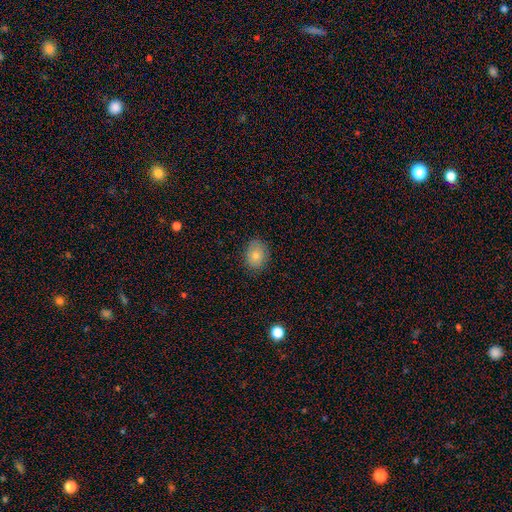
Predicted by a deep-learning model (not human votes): smooth_or_featured: smooth (p=0.77) [alt: featured or disk p=0.14]
how_rounded: in between (p=0.61) [alt: round p=0.38]
merging: none (p=0.83) [alt: minor disturbance p=0.13]